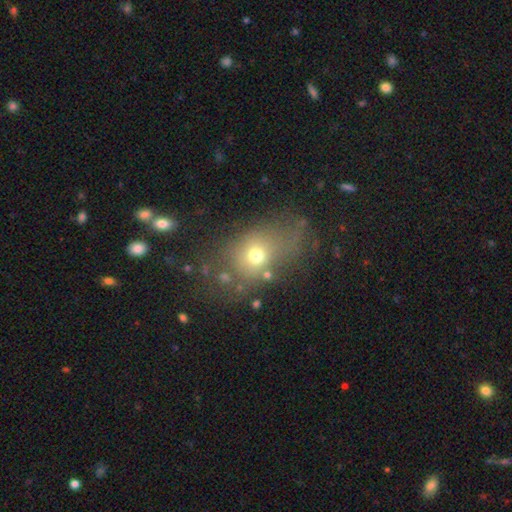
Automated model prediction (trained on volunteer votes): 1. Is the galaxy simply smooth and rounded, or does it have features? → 64% smooth, 19% featured or disk, 17% star or artifact.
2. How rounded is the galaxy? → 55% in between, 43% round, 2% cigar-shaped.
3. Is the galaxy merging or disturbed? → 50% none, 22% minor disturbance, 21% major disturbance, 6% merger.